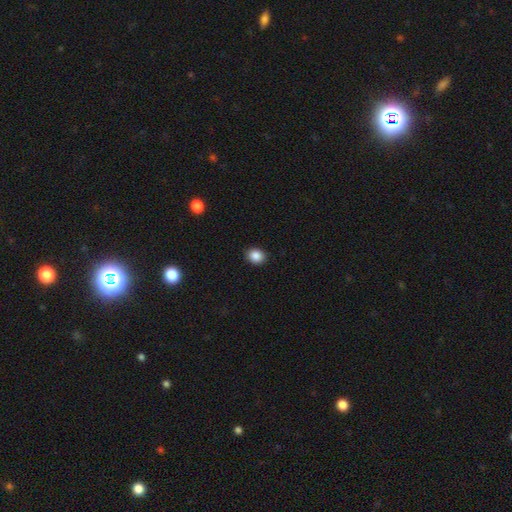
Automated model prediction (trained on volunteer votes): Overall: smooth (87%). How rounded: round (52%; in between 47%). Merging: none (90%).